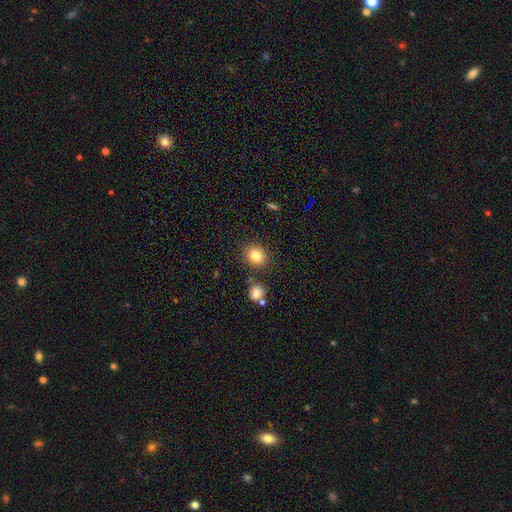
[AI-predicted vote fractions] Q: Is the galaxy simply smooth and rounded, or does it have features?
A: smooth — 83%.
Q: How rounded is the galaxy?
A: round — 68%.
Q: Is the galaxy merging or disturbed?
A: none — 82%.